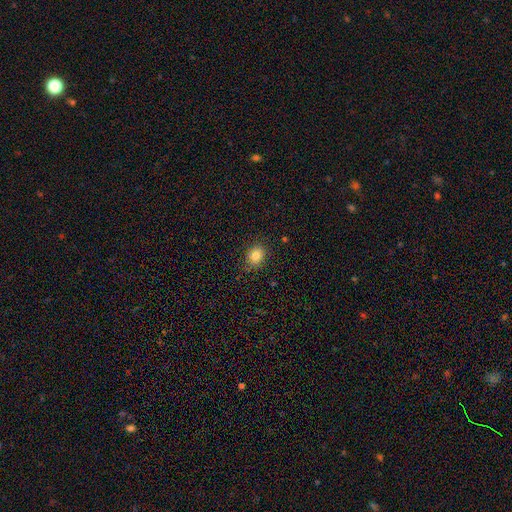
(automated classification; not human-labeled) A smooth galaxy with no disk features (83%) that is round (55%). Merging: none (86%).